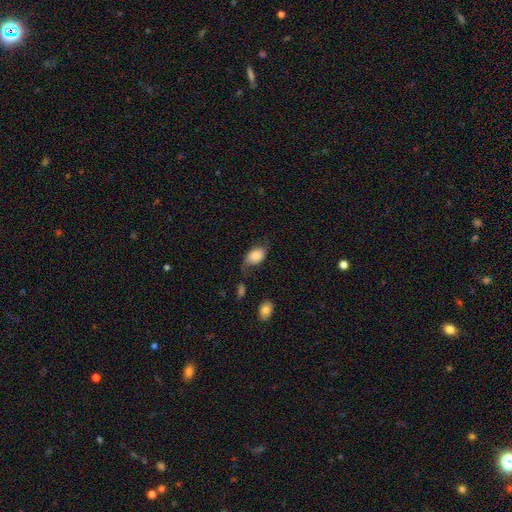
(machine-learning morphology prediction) The model was most divided on "merging": none: 48%, minor disturbance: 29%, major disturbance: 18%, merger: 5%. More confident: how rounded — in between (88%); smooth or featured — smooth (73%).